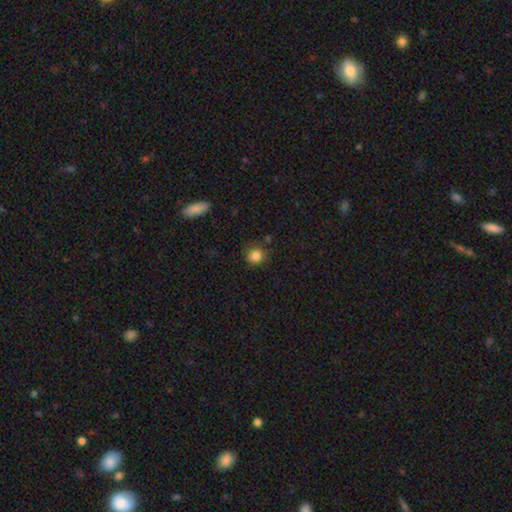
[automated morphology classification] Smooth or featured? Predicted: smooth (p=0.85). How rounded? Predicted: round (p=0.88). Merging? Predicted: none (p=0.81).